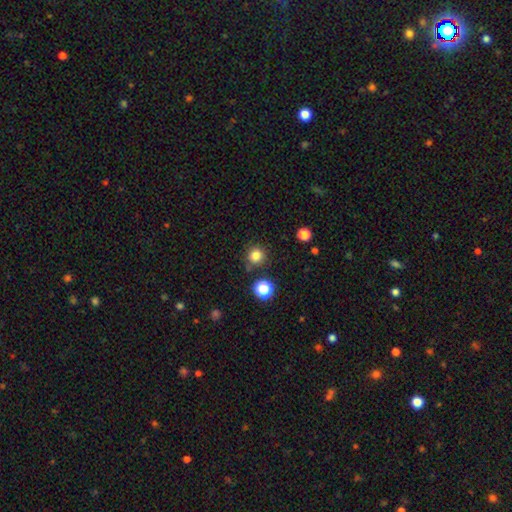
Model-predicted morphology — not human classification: A smooth galaxy with no disk features (81%) that is round (94%). Merging: none (84%).